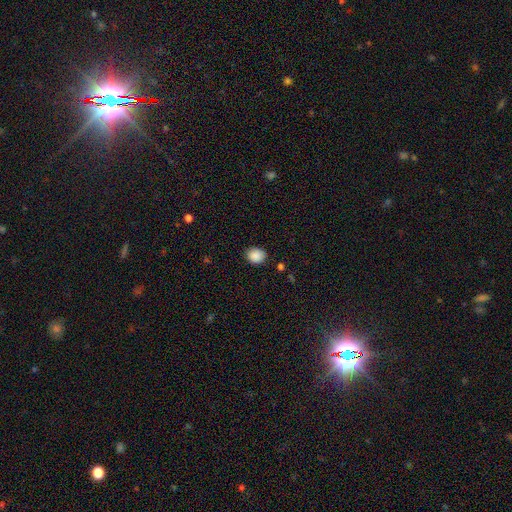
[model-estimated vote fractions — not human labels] Smooth or featured? smooth (89%)
How rounded? round (59%)
Merging? none (85%)